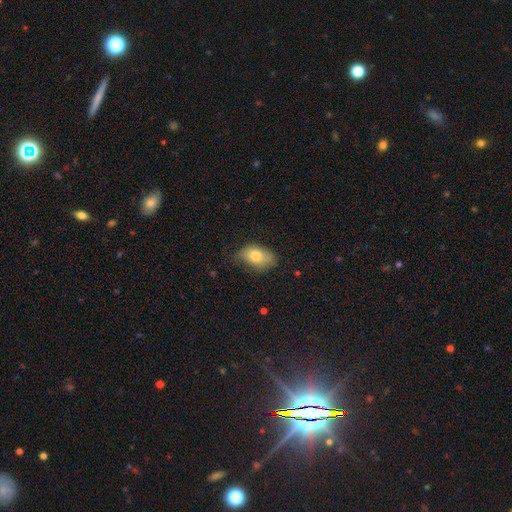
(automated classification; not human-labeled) Smooth or featured? Predicted: smooth (p=0.79). How rounded? Predicted: in between (p=0.89). Merging? Predicted: none (p=0.57).